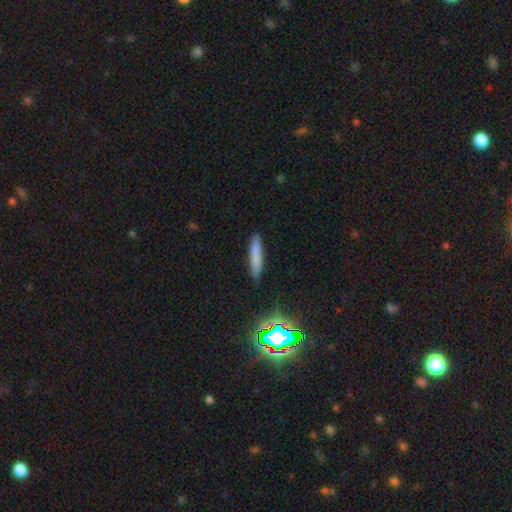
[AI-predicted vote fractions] A smooth galaxy with no disk features (74%) that is cigar-shaped (90%).

Vote fractions:
- Smooth or featured? smooth: 74% / featured or disk: 15% / star or artifact: 11%
- How rounded? cigar-shaped: 90% / in between: 9% / round: 2%
- Merging? none: 87% / minor disturbance: 9% / major disturbance: 2% / merger: 1%